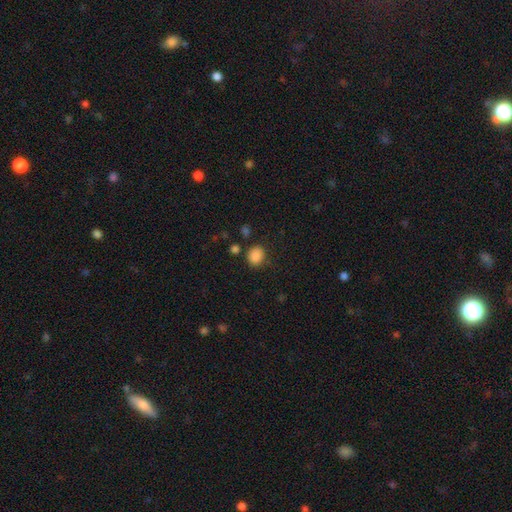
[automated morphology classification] A smooth galaxy with no disk features (86%) that is round (66%).

Vote fractions:
- Smooth or featured? smooth: 86% / star or artifact: 11% / featured or disk: 3%
- How rounded? round: 66% / in between: 33% / cigar-shaped: 1%
- Merging? none: 79% / minor disturbance: 12% / merger: 5% / major disturbance: 4%